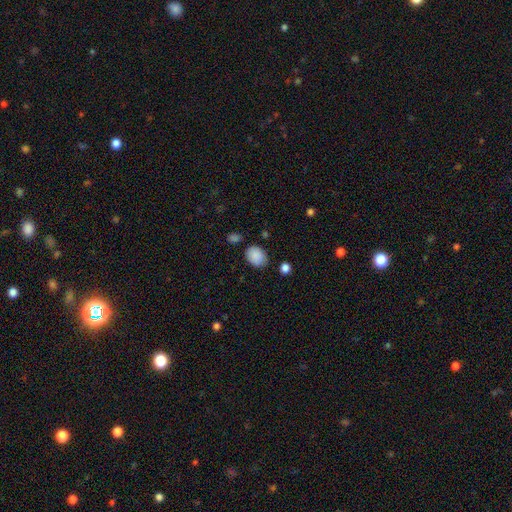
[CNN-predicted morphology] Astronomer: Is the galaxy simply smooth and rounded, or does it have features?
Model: smooth — 88%.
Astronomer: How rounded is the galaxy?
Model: in between — 65%.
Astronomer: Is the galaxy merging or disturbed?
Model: none — 76%.